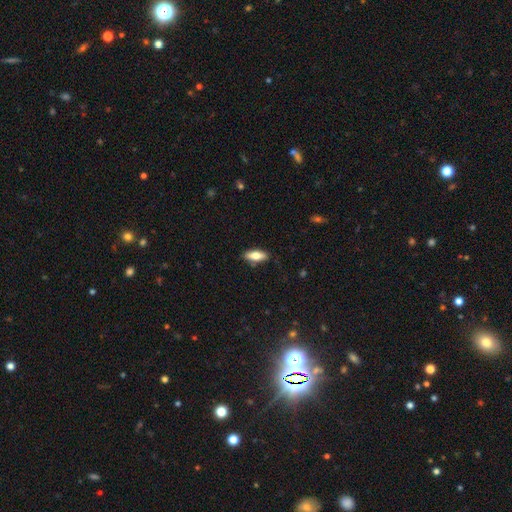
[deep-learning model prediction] This is likely a smooth galaxy (73%). How rounded: likely in between (72%). Merging: clearly none (85%).